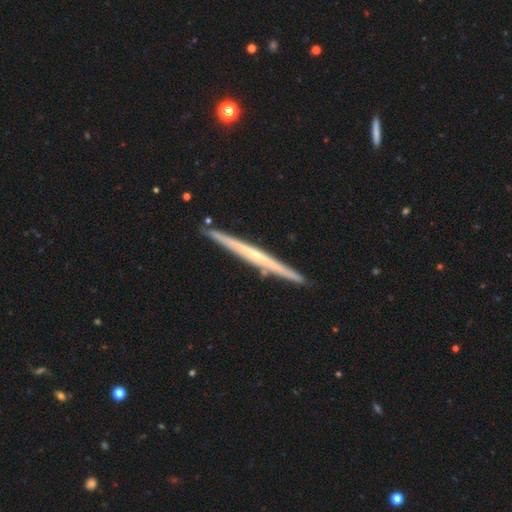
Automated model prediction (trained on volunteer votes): featured or disk 69%, smooth 25%, star or artifact 6%. Down the decision tree: edge-on disk — yes (98%); edge-on bulge — none (73%); merging — none (90%).